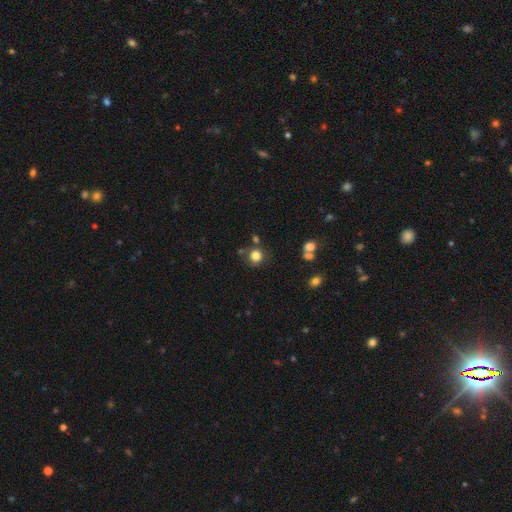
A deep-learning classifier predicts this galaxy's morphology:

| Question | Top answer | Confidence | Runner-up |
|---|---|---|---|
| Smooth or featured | smooth | 82% | star or artifact (12%) |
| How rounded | round | 89% | in between (10%) |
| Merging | none | 73% | minor disturbance (14%) |